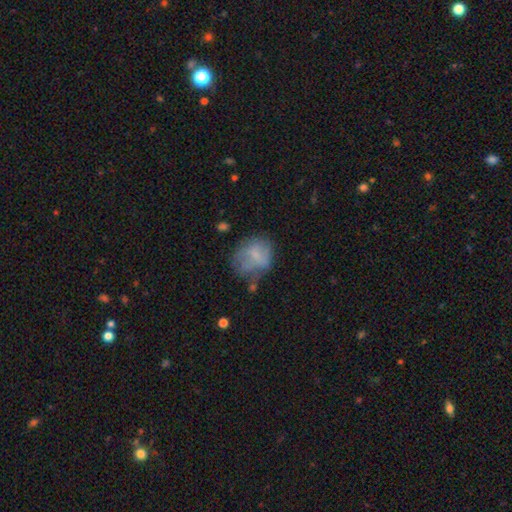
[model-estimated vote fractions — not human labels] Q: Smooth or featured?
A: smooth (58%); runner-up: featured or disk (32%)
Q: How rounded?
A: round (59%); runner-up: in between (40%)
Q: Merging?
A: none (42%); runner-up: minor disturbance (28%)